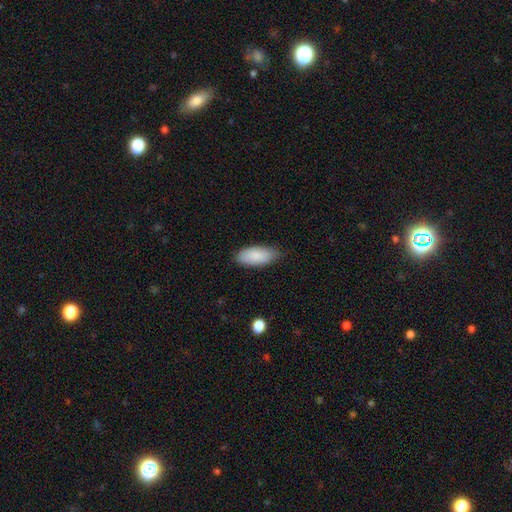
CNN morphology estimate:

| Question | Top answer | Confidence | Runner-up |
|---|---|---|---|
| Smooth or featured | smooth | 87% | featured or disk (7%) |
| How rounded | in between | 87% | cigar-shaped (11%) |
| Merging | none | 75% | minor disturbance (21%) |